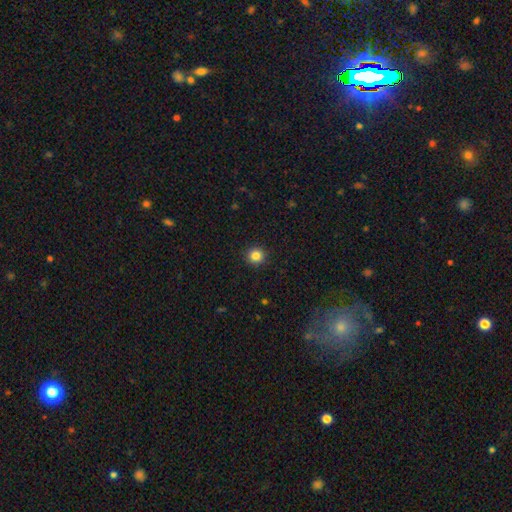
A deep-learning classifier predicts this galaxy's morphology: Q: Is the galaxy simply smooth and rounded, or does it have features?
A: smooth — 84%.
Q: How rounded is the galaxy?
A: round — 94%.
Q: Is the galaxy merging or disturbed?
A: none — 93%.